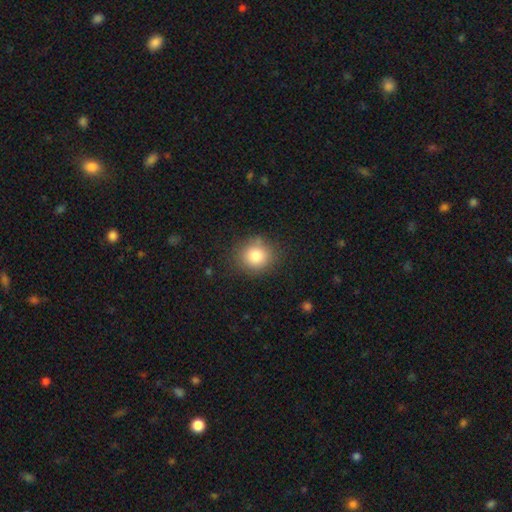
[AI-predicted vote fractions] smooth-or-featured: smooth: 83% | star or artifact: 10% | featured or disk: 7%
  how-rounded: round: 81% | in between: 18% | cigar-shaped: 1%
  merging: none: 81% | minor disturbance: 13% | major disturbance: 4% | merger: 2%